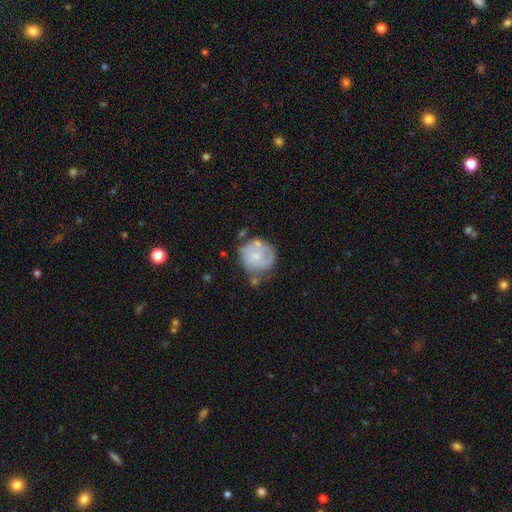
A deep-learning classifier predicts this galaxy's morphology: Q: Smooth or featured?
A: featured or disk (49%); runner-up: smooth (44%)
Q: Merging?
A: none (51%); runner-up: minor disturbance (26%)